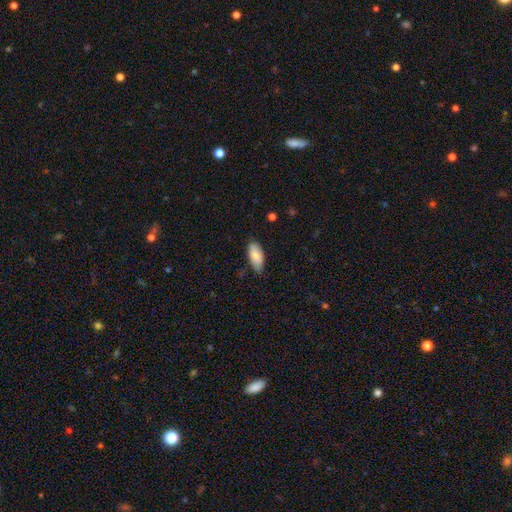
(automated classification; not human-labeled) Smooth or featured: smooth — 83% (featured or disk — 11%)
How rounded: in between — 90% (cigar-shaped — 8%)
Merging: none — 78% (minor disturbance — 18%)